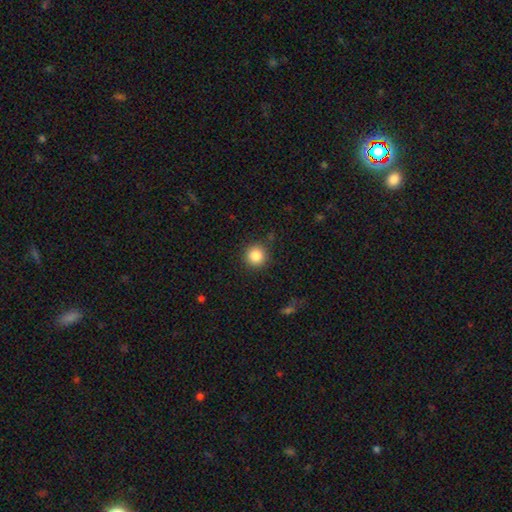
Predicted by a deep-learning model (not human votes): Q: Smooth or featured?
A: smooth (85%); runner-up: star or artifact (10%)
Q: How rounded?
A: round (94%); runner-up: in between (5%)
Q: Merging?
A: none (88%); runner-up: minor disturbance (8%)